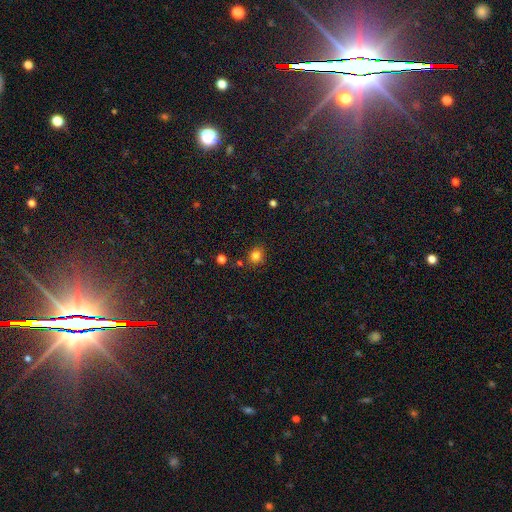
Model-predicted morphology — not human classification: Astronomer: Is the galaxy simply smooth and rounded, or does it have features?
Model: smooth — 82%.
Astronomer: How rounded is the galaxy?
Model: round — 80%.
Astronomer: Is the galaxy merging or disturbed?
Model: none — 81%.